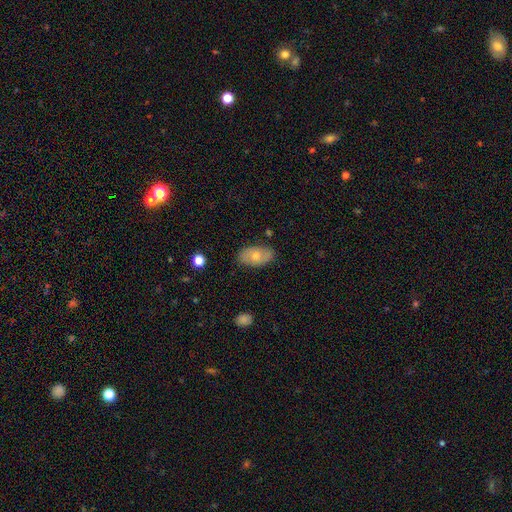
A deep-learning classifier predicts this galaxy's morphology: smooth_or_featured: smooth (p=0.55) [alt: featured or disk p=0.36]
how_rounded: in between (p=0.92) [alt: round p=0.06]
merging: none (p=0.83) [alt: minor disturbance p=0.13]